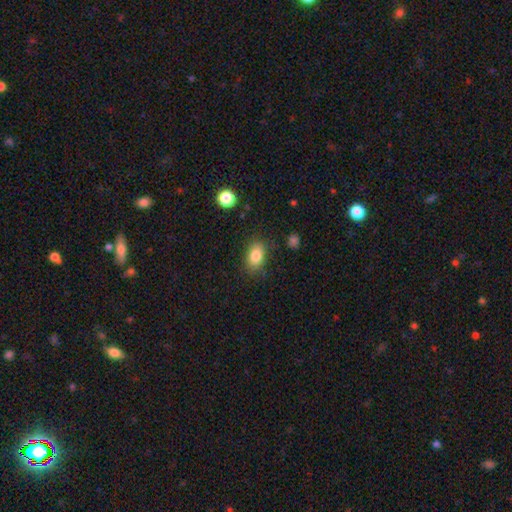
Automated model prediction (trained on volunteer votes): smooth_or_featured: smooth (p=0.84) [alt: star or artifact p=0.09]
how_rounded: in between (p=0.84) [alt: round p=0.14]
merging: none (p=0.80) [alt: minor disturbance p=0.14]